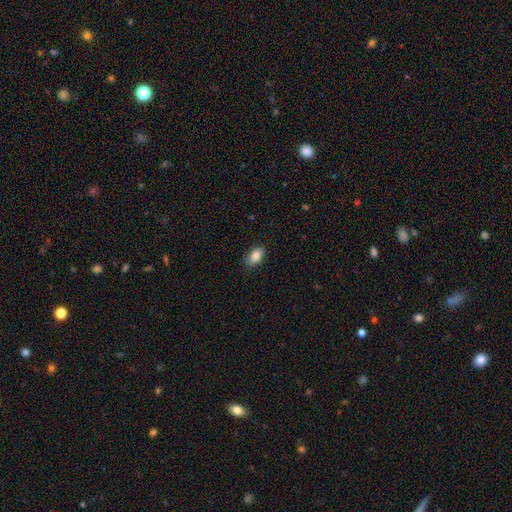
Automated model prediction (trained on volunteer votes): This appears to be a smooth galaxy with no disk features (86%) that is in between round and cigar-shaped (91%). Merging: none (83%).